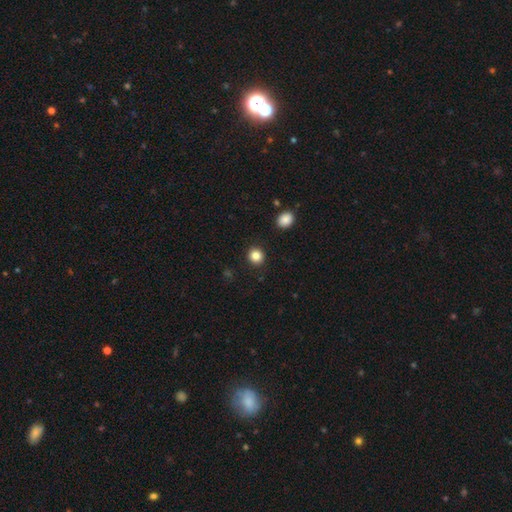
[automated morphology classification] type=smooth (84%); roundness=round (89%); merging=none (91%).